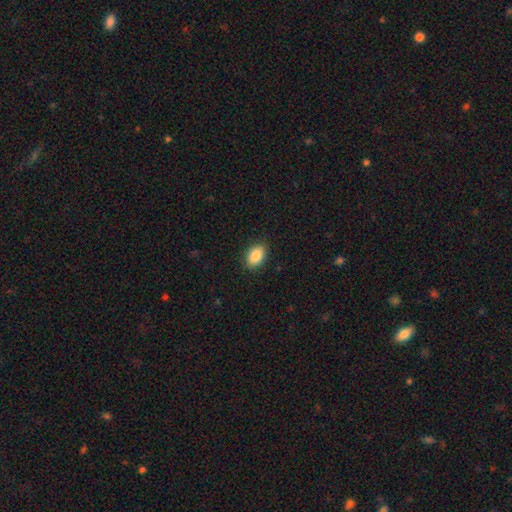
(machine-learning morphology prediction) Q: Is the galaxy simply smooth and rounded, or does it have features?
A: smooth — 88%.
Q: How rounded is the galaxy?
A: in between — 89%.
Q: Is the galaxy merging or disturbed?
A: none — 89%.